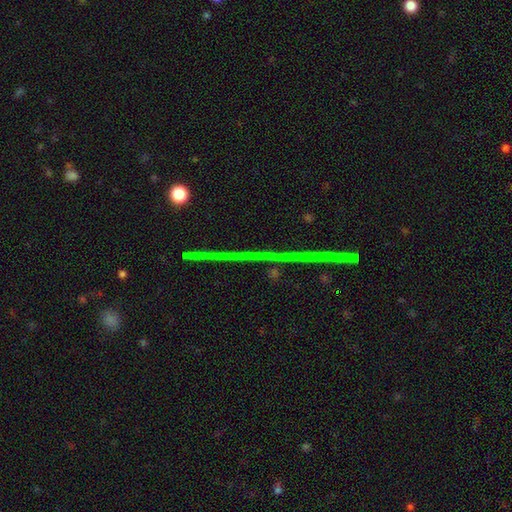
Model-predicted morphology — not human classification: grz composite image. It shows a star or artifact, not a galaxy (79%).